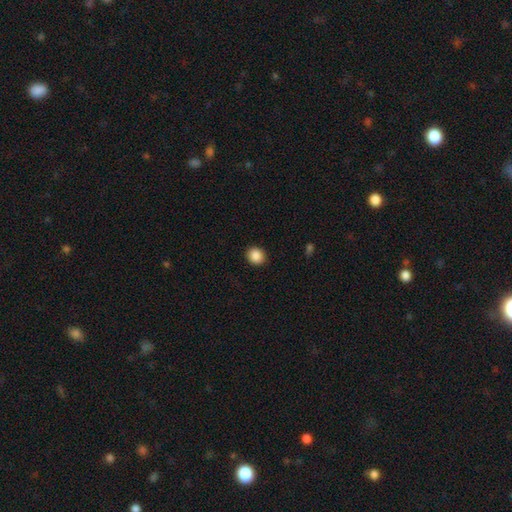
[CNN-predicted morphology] The model was most divided on "how rounded": round: 82%, in between: 17%, cigar-shaped: 1%. More confident: merging — none (91%); smooth or featured — smooth (88%).